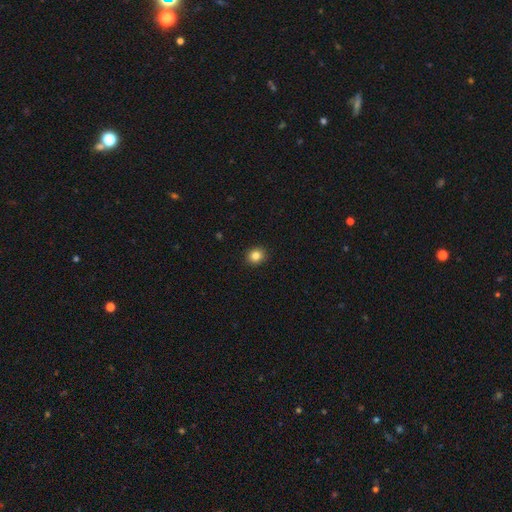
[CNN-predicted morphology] A smooth galaxy with no disk features (85%) that is round (79%).

Vote fractions:
- Smooth or featured? smooth: 85% / star or artifact: 10% / featured or disk: 5%
- How rounded? round: 79% / in between: 20% / cigar-shaped: 1%
- Merging? none: 92% / minor disturbance: 5% / major disturbance: 2% / merger: 1%